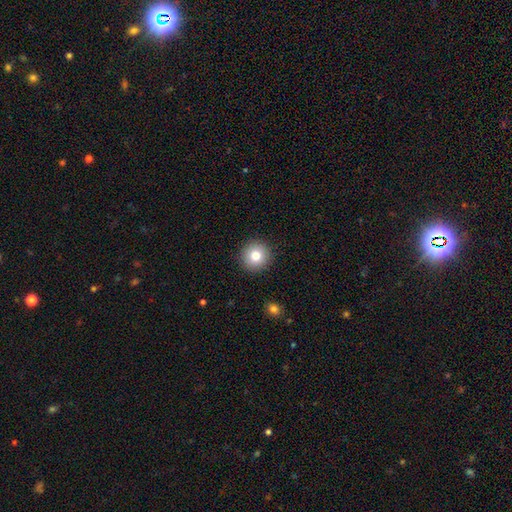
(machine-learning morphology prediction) This is likely a smooth galaxy (79%). How rounded: clearly round (95%). Merging: clearly none (92%).